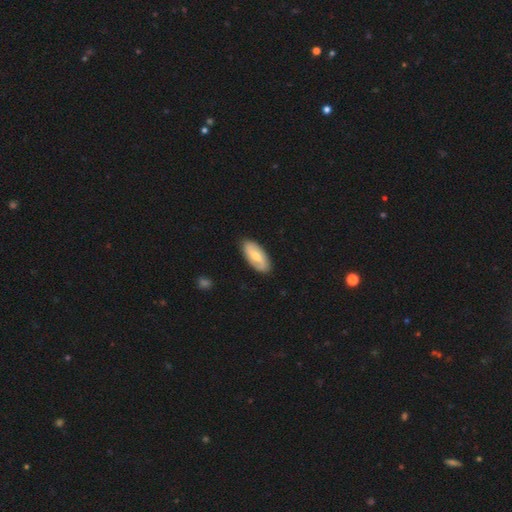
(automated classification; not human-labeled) Morphology: type=smooth (51%); roundness=in between (88%); merging=none (87%).